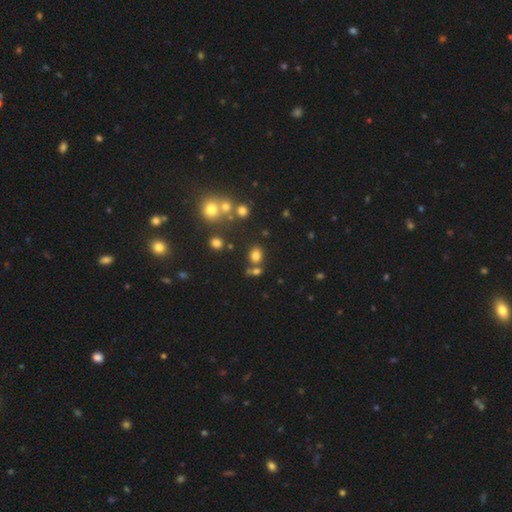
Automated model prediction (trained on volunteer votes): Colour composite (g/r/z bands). It shows a smooth galaxy with no disk features (75%) that is round (58%). Merging: none (68%).